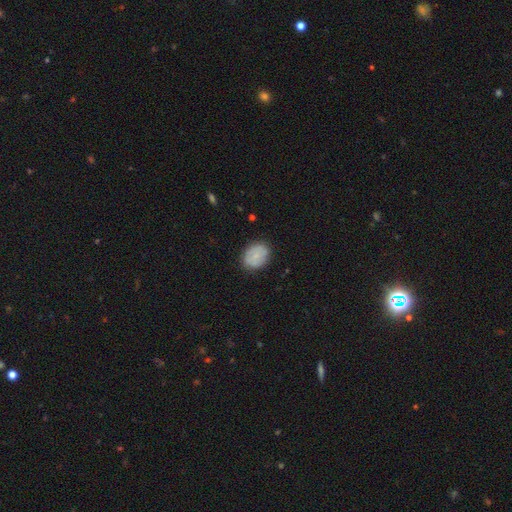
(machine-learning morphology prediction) smooth 71%, featured or disk 22%, star or artifact 7%. Down the decision tree: how rounded — in between (55%); merging — none (82%).